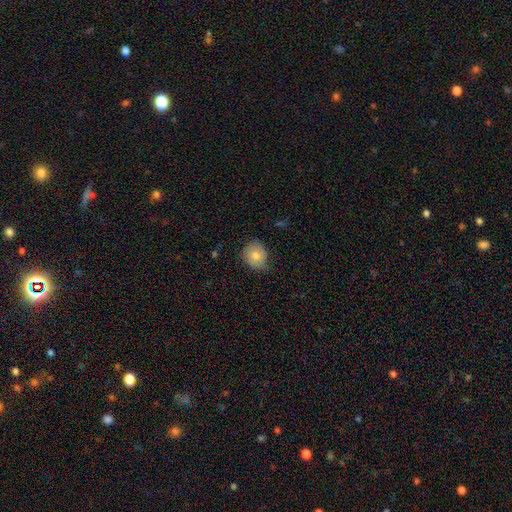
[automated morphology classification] The model was most divided on "merging": none: 68%, minor disturbance: 26%, major disturbance: 5%, merger: 1%. More confident: smooth or featured — smooth (78%); how rounded — round (71%).